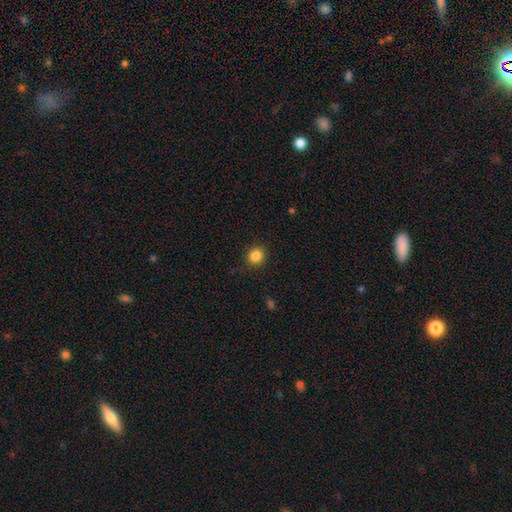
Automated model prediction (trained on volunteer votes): smooth-or-featured: smooth: 85% | star or artifact: 11% | featured or disk: 4%
  how-rounded: round: 88% | in between: 11% | cigar-shaped: 1%
  merging: none: 90% | minor disturbance: 7% | major disturbance: 2% | merger: 1%